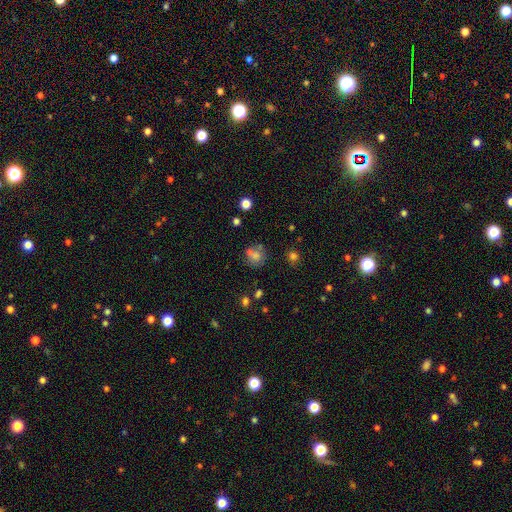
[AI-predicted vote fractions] A smooth galaxy with no disk features (69%) that is round (80%).

Vote fractions:
- Smooth or featured? smooth: 69% / star or artifact: 16% / featured or disk: 15%
- How rounded? round: 80% / in between: 19% / cigar-shaped: 1%
- Merging? none: 53% / merger: 27% / minor disturbance: 13% / major disturbance: 6%